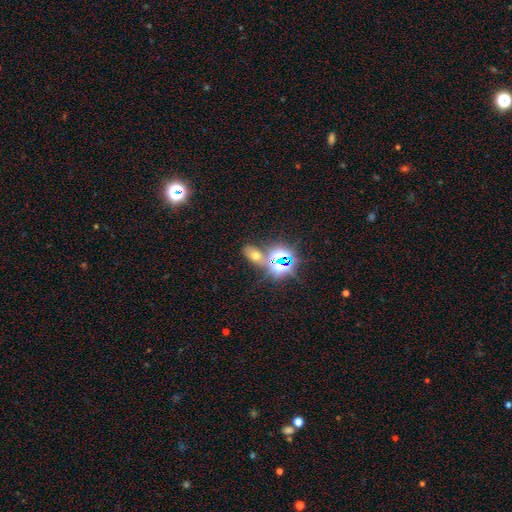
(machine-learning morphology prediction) type=smooth (46%); merging=none (65%).